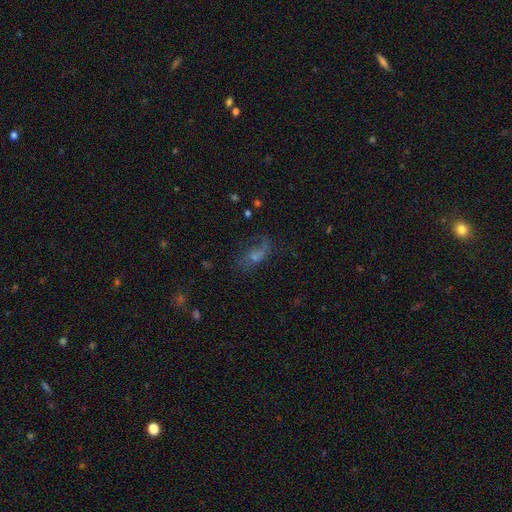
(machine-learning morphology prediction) This appears to be a featured or disk galaxy (47%). Merging: none (55%).